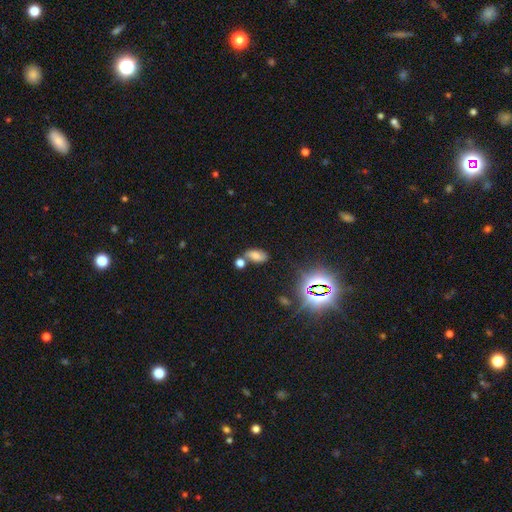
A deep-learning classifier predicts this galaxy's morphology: smooth_or_featured: smooth (p=0.62) [alt: star or artifact p=0.21]
how_rounded: in between (p=0.87) [alt: round p=0.08]
merging: none (p=0.55) [alt: merger p=0.23]